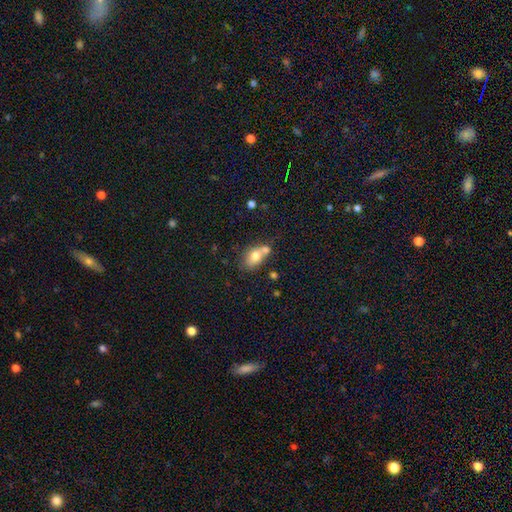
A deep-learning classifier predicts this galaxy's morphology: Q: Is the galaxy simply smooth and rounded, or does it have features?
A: smooth — 72%.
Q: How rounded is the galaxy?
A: in between — 77%.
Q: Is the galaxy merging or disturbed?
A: merger — 43%.